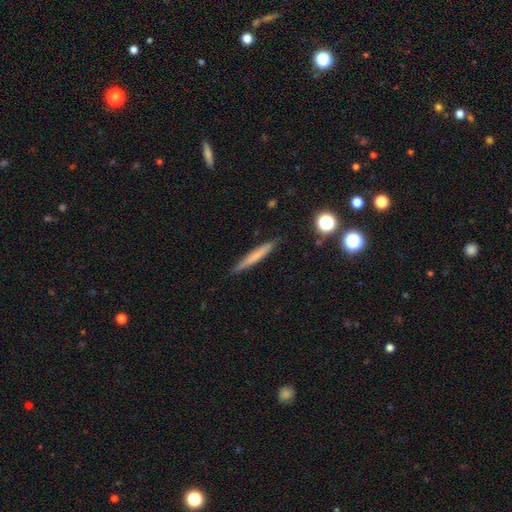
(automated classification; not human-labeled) This appears to be a smooth galaxy with no disk features (61%) that is cigar-shaped (95%). Merging: none (88%).